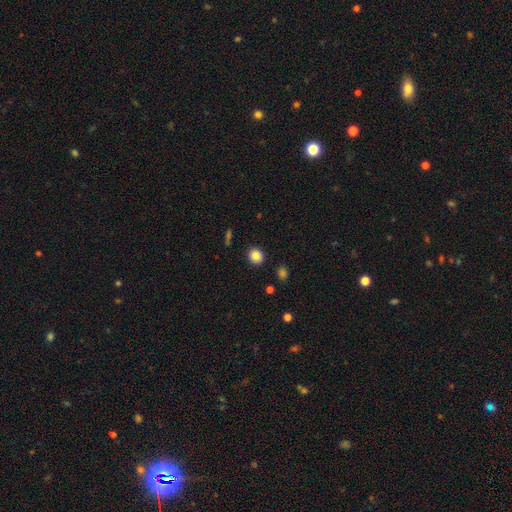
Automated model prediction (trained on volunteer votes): Smooth or featured? Predicted: smooth (p=0.85). How rounded? Predicted: round (p=0.73). Merging? Predicted: none (p=0.90).